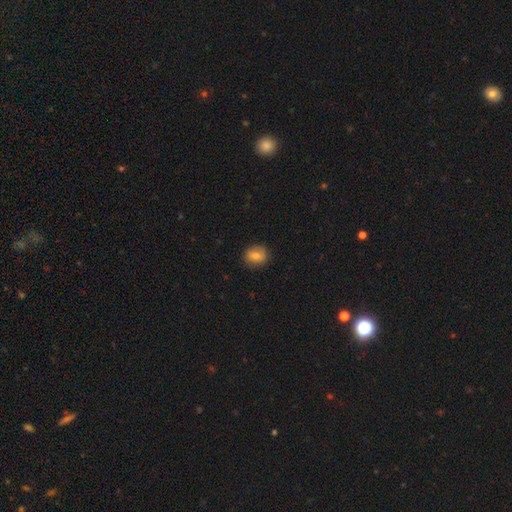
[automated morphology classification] Smooth or featured? Predicted: smooth (p=0.67). How rounded? Predicted: round (p=0.72). Merging? Predicted: none (p=0.86).